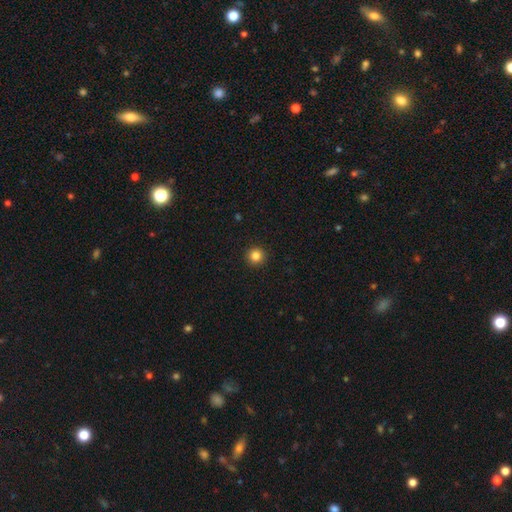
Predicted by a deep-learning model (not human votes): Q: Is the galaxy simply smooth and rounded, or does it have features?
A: smooth — 84%.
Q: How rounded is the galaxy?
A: round — 96%.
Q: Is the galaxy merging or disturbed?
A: none — 94%.